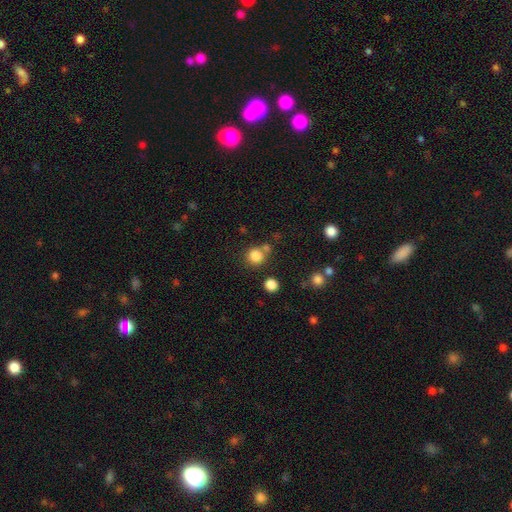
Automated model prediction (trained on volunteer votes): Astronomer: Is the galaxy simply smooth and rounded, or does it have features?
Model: smooth — 83%.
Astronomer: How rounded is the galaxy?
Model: round — 91%.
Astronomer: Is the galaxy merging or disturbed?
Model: none — 70%.